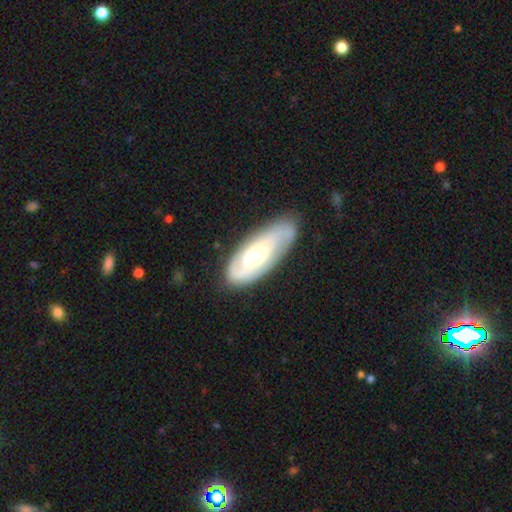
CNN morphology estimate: The model was most divided on "smooth or featured": featured or disk: 61%, smooth: 34%, star or artifact: 5%. More confident: edge-on disk — no (88%); spiral arms — yes (80%); merging — none (77%); bulge size — moderate (63%); bar — no (59%).